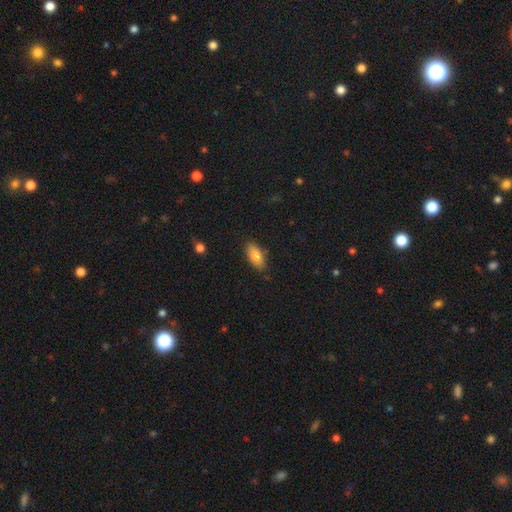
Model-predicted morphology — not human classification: Smooth or featured?
  - smooth: 83% *
  - featured or disk: 10%
  - star or artifact: 7%
How rounded?
  - in between: 86% *
  - cigar-shaped: 12%
  - round: 2%
Merging?
  - none: 83% *
  - minor disturbance: 13%
  - major disturbance: 3%
  - merger: 1%